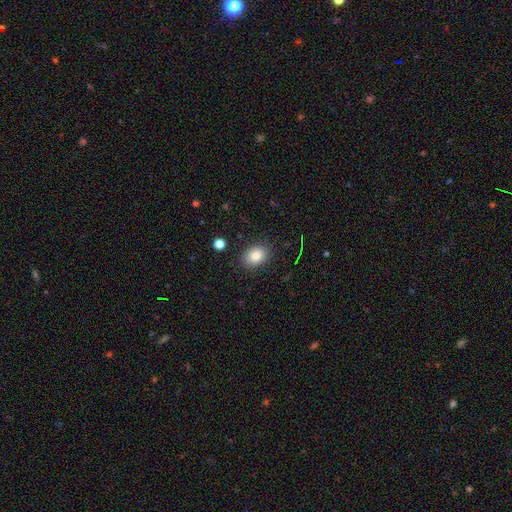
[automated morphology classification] Smooth or featured?
  - smooth: 83% *
  - star or artifact: 10%
  - featured or disk: 7%
How rounded?
  - in between: 69% *
  - round: 30%
  - cigar-shaped: 1%
Merging?
  - none: 87% *
  - minor disturbance: 9%
  - major disturbance: 3%
  - merger: 1%